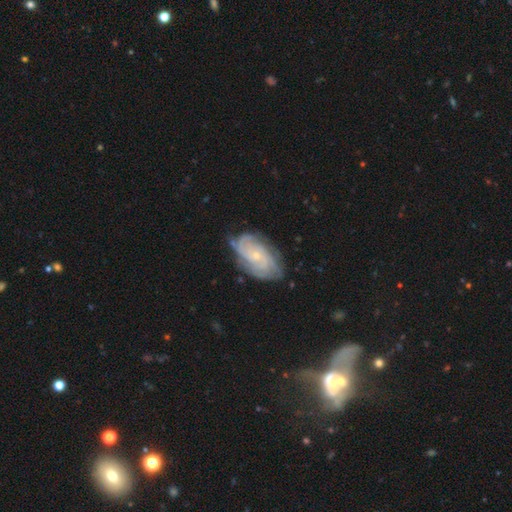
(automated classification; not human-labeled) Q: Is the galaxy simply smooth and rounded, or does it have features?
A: featured or disk — 83%.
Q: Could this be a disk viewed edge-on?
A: no — 96%.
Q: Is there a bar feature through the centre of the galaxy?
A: no — 75%.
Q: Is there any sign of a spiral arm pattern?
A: yes — 96%.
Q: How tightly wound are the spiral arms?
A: tight — 71%.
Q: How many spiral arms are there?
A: can't tell — 34%.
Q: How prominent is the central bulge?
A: small — 77%.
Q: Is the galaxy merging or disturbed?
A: none — 74%.